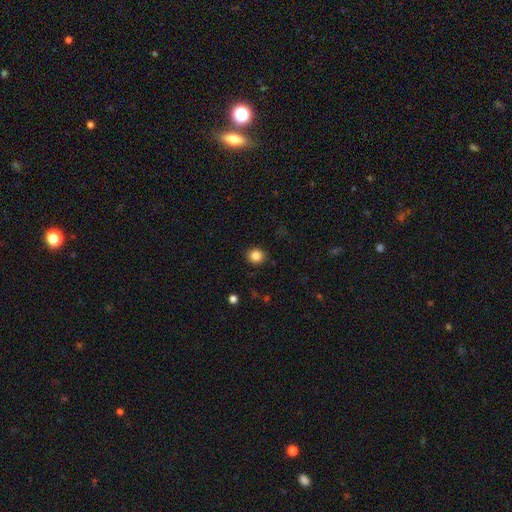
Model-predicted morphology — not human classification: A smooth galaxy with no disk features (85%) that is round (87%).

Vote fractions:
- Smooth or featured? smooth: 85% / star or artifact: 11% / featured or disk: 5%
- How rounded? round: 87% / in between: 12% / cigar-shaped: 1%
- Merging? none: 90% / minor disturbance: 7% / major disturbance: 2% / merger: 1%